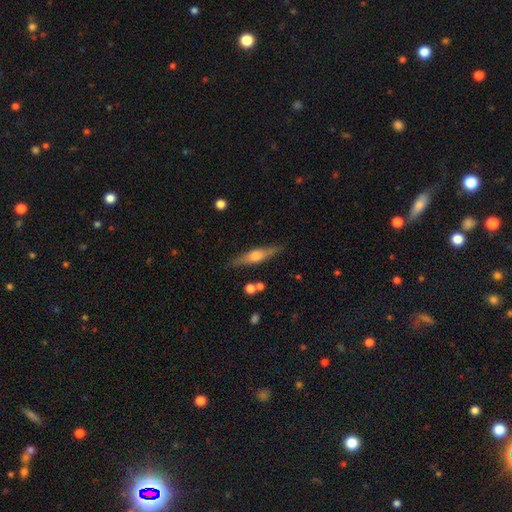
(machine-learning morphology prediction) Smooth or featured: featured or disk — 57% (smooth — 37%)
Edge-on disk: yes — 94% (no — 6%)
Edge-on bulge: rounded — 87% (boxy — 9%)
Merging: none — 84% (minor disturbance — 11%)